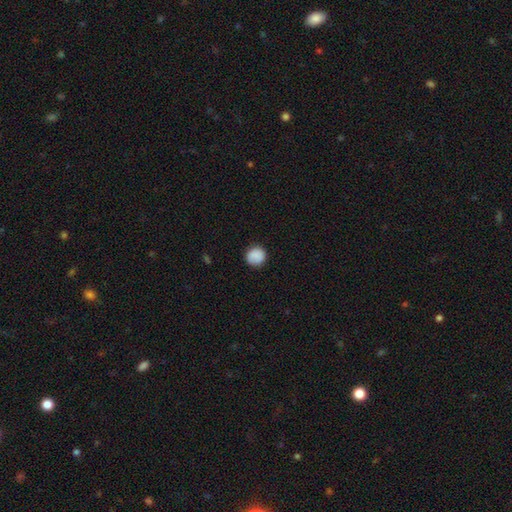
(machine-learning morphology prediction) Q: Smooth or featured?
A: smooth (87%); runner-up: star or artifact (8%)
Q: How rounded?
A: round (90%); runner-up: in between (9%)
Q: Merging?
A: none (87%); runner-up: minor disturbance (10%)